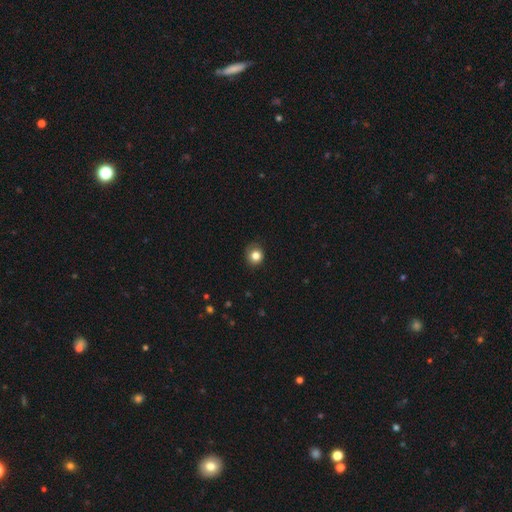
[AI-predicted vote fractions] This appears to be a smooth galaxy with no disk features (82%) that is round (85%). Merging: none (85%).